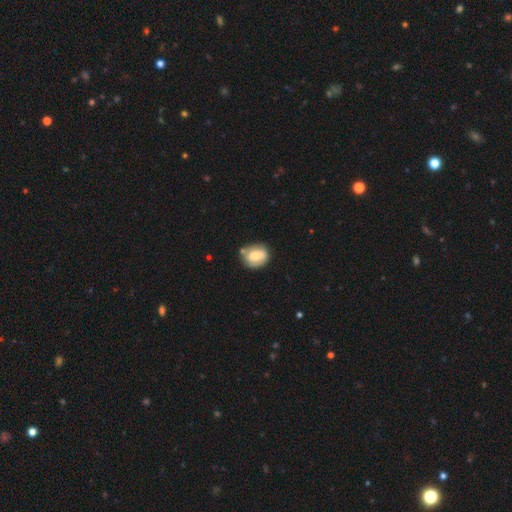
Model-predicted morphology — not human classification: The model was most divided on "how rounded": round: 50%, in between: 49%, cigar-shaped: 1%. More confident: smooth or featured — smooth (63%); merging — none (62%).